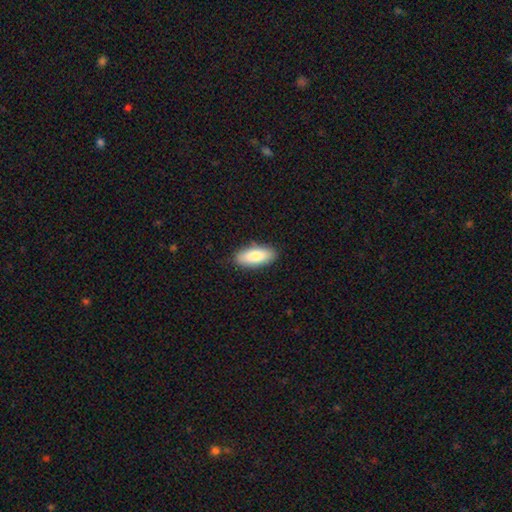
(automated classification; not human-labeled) Smooth or featured? Predicted: smooth (p=0.81). How rounded? Predicted: in between (p=0.85). Merging? Predicted: none (p=0.87).